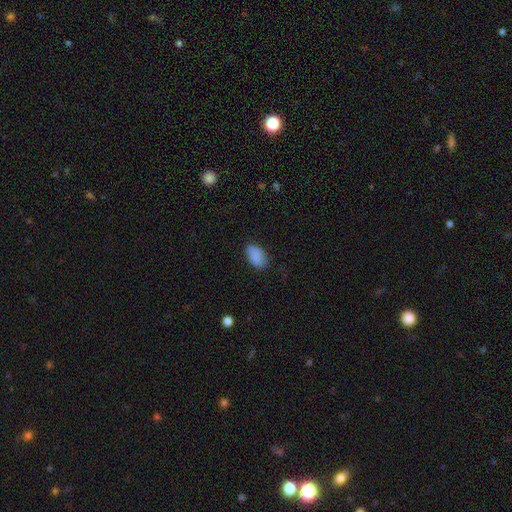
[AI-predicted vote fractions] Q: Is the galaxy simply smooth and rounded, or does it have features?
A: smooth — 87%.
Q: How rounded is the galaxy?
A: in between — 92%.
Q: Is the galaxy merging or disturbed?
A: none — 79%.